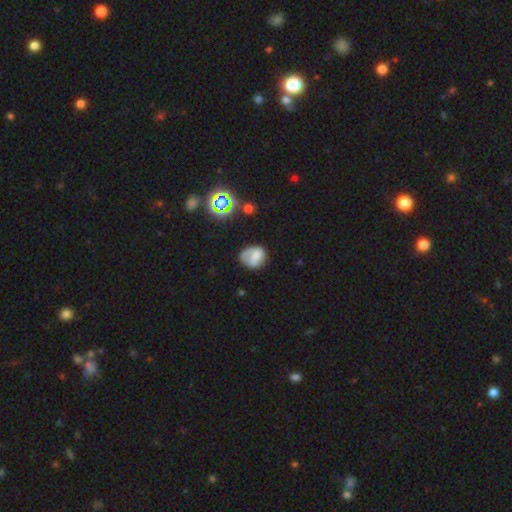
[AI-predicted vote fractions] Smooth or featured? smooth (64%)
How rounded? round (53%)
Merging? none (49%)